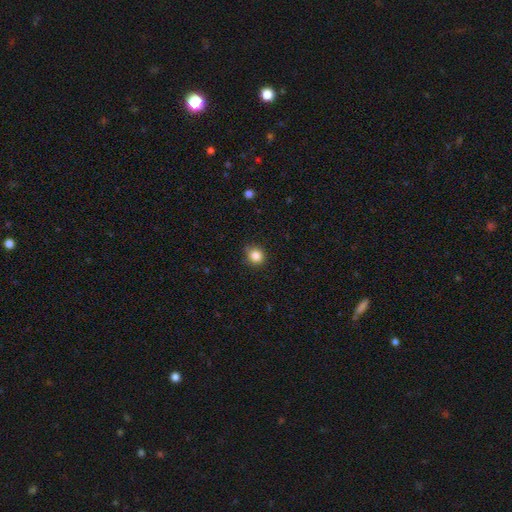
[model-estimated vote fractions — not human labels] Smooth or featured: smooth — 85% (star or artifact — 11%)
How rounded: round — 84% (in between — 15%)
Merging: none — 82% (minor disturbance — 15%)